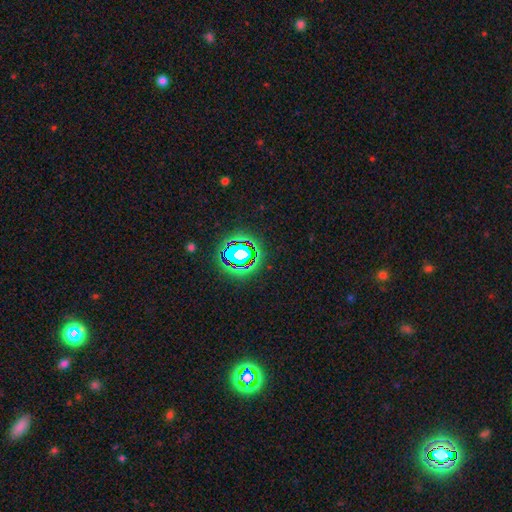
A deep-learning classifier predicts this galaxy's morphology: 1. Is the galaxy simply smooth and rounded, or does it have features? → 78% star or artifact, 14% smooth, 8% featured or disk.